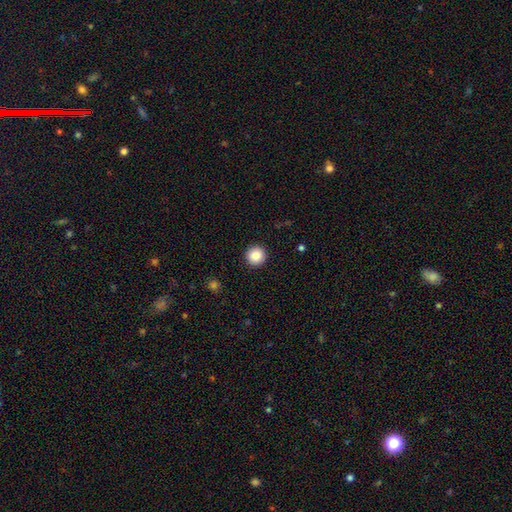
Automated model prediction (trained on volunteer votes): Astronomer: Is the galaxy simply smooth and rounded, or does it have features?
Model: smooth — 87%.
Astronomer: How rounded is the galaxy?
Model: round — 96%.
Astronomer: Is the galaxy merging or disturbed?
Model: none — 93%.